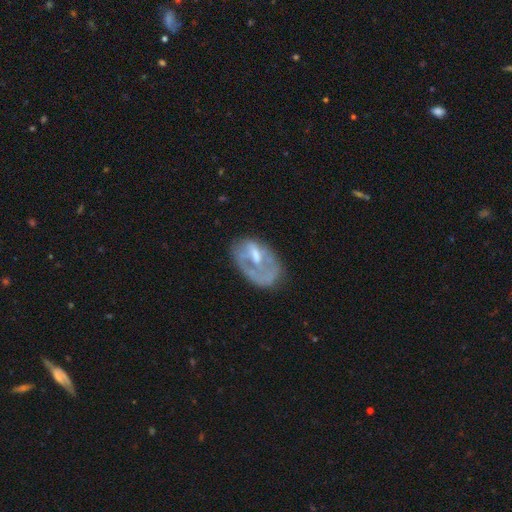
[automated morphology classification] smooth-or-featured: featured or disk: 58% | smooth: 34% | star or artifact: 8%
  disk-edge-on: no: 95% | yes: 5%
    bar: no: 53% | weak: 34% | strong: 13%
    has-spiral-arms: no: 64% | yes: 36%
    bulge-size: moderate: 46% | small: 28% | none: 19% | large: 7% | dominant: 1%
  merging: none: 42% | major disturbance: 29% | minor disturbance: 25% | merger: 4%